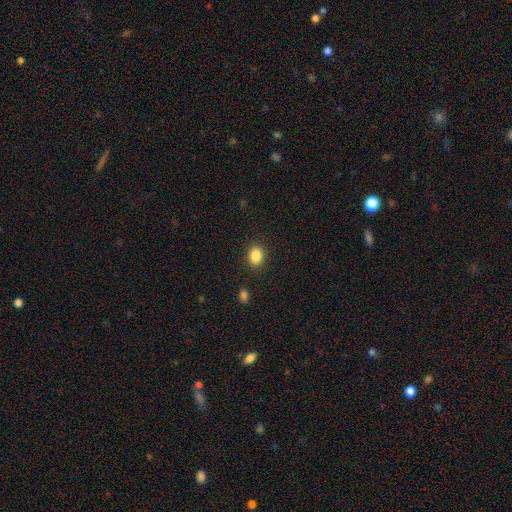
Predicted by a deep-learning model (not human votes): smooth 86%, star or artifact 9%, featured or disk 4%. Down the decision tree: how rounded — in between (67%); merging — none (88%).